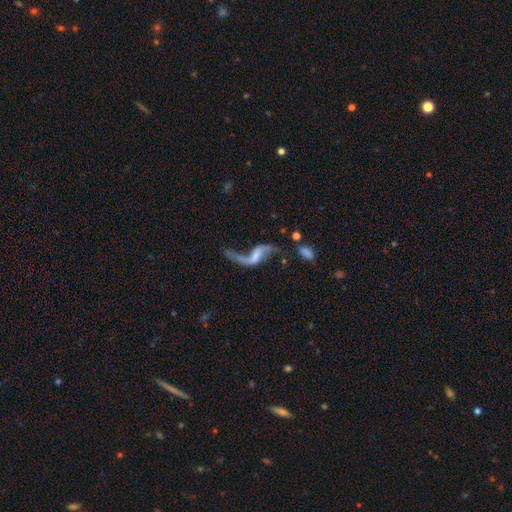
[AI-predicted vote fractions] Smooth or featured? Predicted: featured or disk (p=0.82). Edge-on disk? Predicted: no (p=0.95). Bar? Predicted: weak (p=0.42). Spiral arms? Predicted: yes (p=0.89). Spiral winding? Predicted: loose (p=0.94). Spiral arm count? Predicted: 2 (p=0.84). Bulge size? Predicted: none (p=0.44). Merging? Predicted: none (p=0.42).